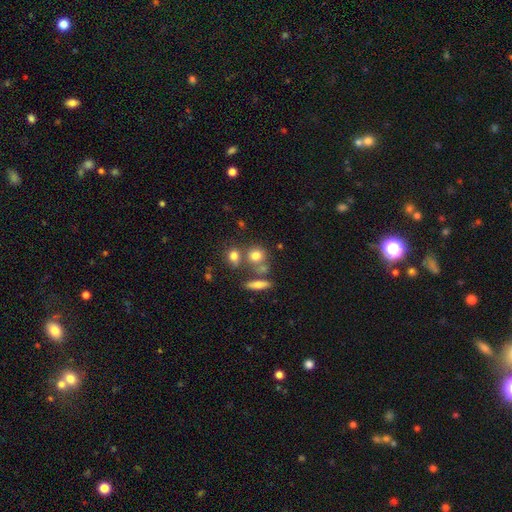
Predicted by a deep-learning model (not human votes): This appears to be a smooth galaxy with no disk features (75%) that is round (73%). Merging: none (55%).